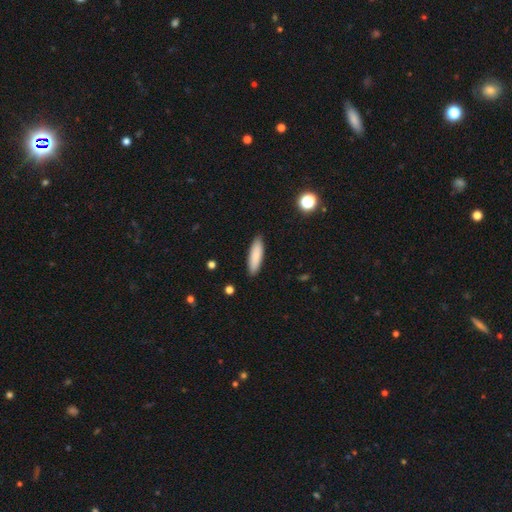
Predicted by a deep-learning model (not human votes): smooth 85%, featured or disk 9%, star or artifact 6%. Down the decision tree: how rounded — cigar-shaped (61%); merging — none (89%).